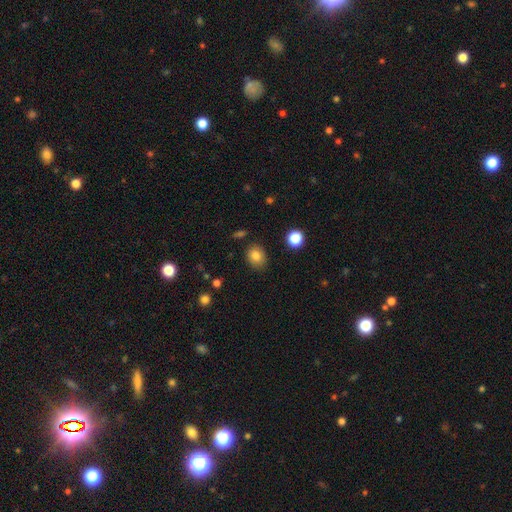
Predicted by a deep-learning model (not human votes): Smooth or featured?
  - smooth: 83% *
  - star or artifact: 11%
  - featured or disk: 6%
How rounded?
  - round: 61% *
  - in between: 38%
  - cigar-shaped: 1%
Merging?
  - none: 83% *
  - minor disturbance: 12%
  - major disturbance: 3%
  - merger: 2%